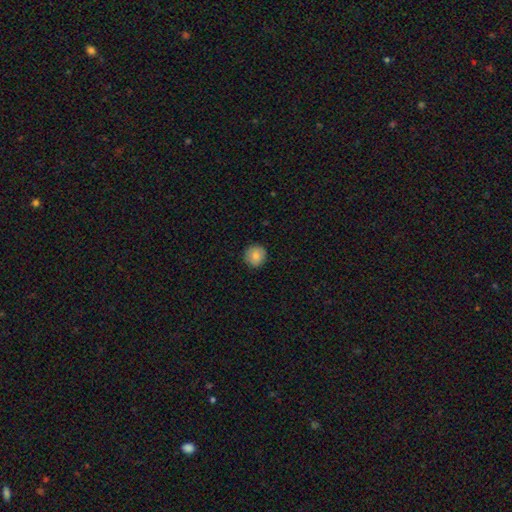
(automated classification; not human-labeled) smooth_or_featured: smooth (p=0.84) [alt: star or artifact p=0.08]
how_rounded: round (p=0.93) [alt: in between p=0.06]
merging: none (p=0.90) [alt: minor disturbance p=0.08]